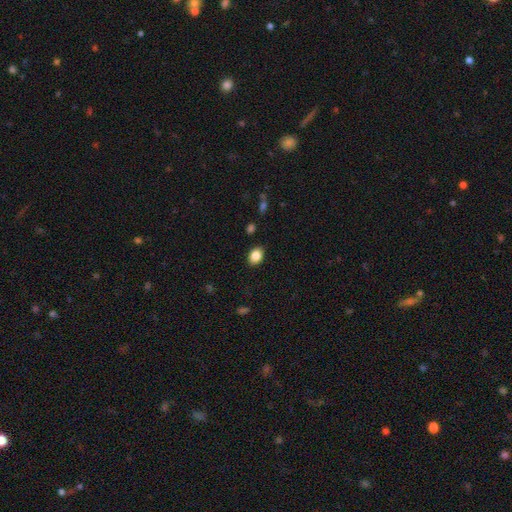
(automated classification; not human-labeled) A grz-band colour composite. It shows a smooth galaxy with no disk features (85%) that is in between round and cigar-shaped (69%). Merging: none (88%).